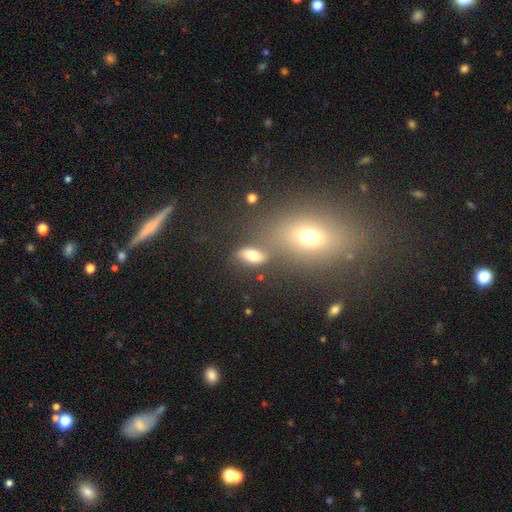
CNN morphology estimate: A smooth galaxy with no disk features (71%) that is in between round and cigar-shaped (80%). Merging: none (64%).